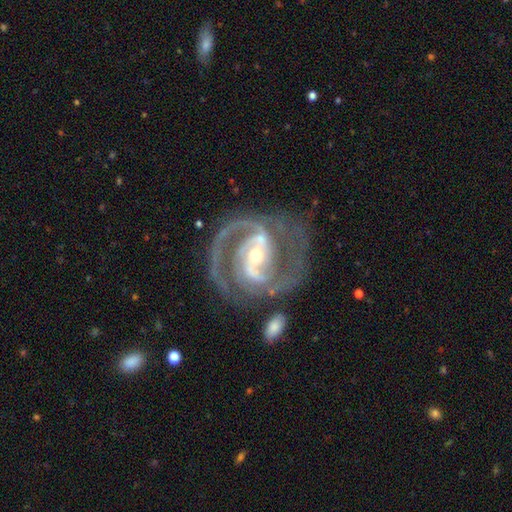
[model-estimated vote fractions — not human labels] The model was most divided on "bulge size": small: 52%, moderate: 43%, large: 3%, none: 1%, dominant: 1%. Remaining: spiral arms — yes (98%); edge-on disk — no (97%); smooth or featured — featured or disk (92%); spiral arm count — 2 (85%); merging — none (68%); spiral winding — medium (55%); bar — strong (50%).